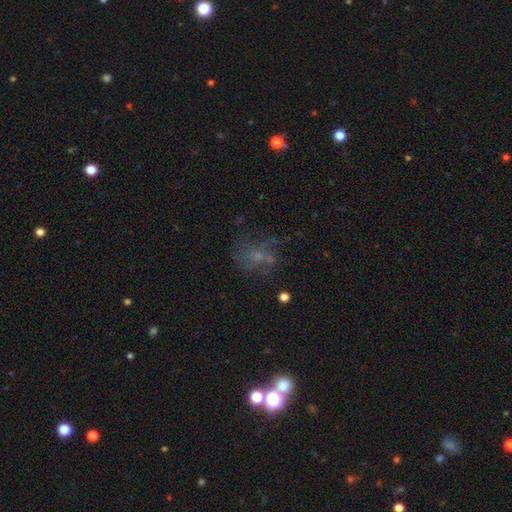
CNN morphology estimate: Overall: featured or disk (41%; smooth 38%). Merging: none (47%; major disturbance 27%).